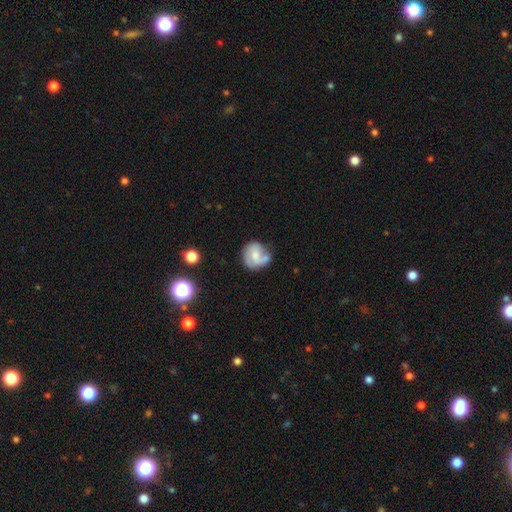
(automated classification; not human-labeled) Overall: featured or disk (47%; smooth 45%). Merging: none (47%; minor disturbance 24%).